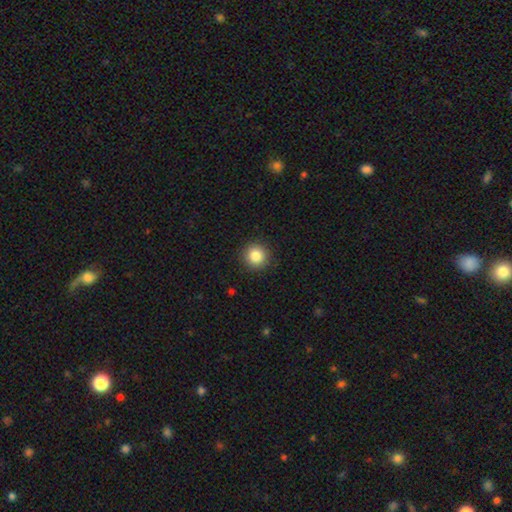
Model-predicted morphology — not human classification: A smooth galaxy with no disk features (85%) that is round (94%).

Vote fractions:
- Smooth or featured? smooth: 85% / star or artifact: 10% / featured or disk: 5%
- How rounded? round: 94% / in between: 5% / cigar-shaped: 1%
- Merging? none: 92% / minor disturbance: 6% / major disturbance: 2% / merger: 1%